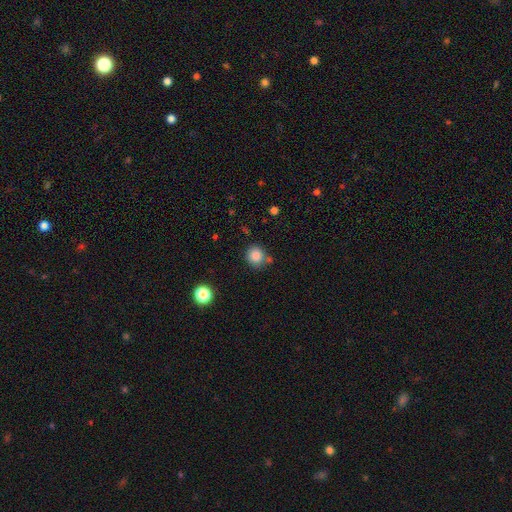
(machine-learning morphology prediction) Overall: smooth (85%). How rounded: round (88%). Merging: none (72%).